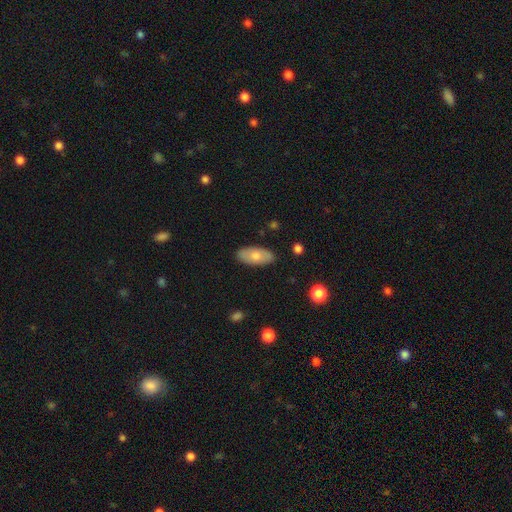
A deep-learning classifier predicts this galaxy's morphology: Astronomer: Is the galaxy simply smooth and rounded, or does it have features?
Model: smooth — 71%.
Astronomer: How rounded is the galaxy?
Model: in between — 91%.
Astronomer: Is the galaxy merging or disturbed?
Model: none — 86%.